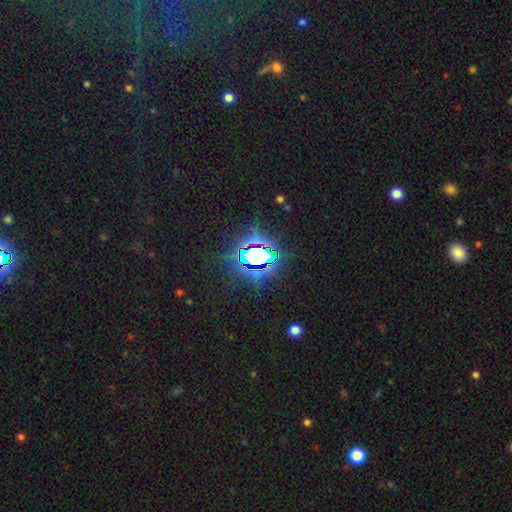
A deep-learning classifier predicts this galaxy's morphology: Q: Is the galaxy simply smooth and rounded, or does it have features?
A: star or artifact — 79%.